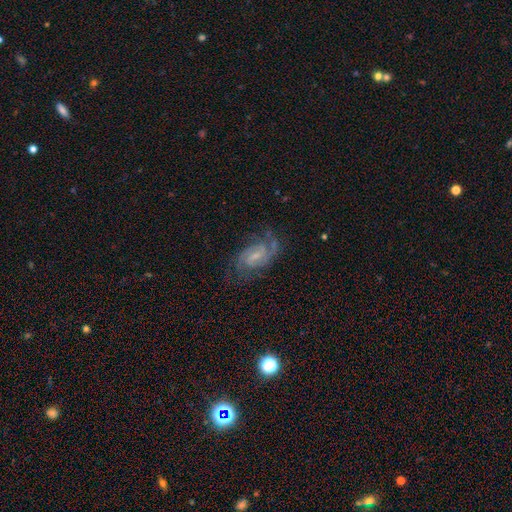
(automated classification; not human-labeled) Smooth or featured? Predicted: featured or disk (p=0.84). Edge-on disk? Predicted: no (p=0.97). Bar? Predicted: weak (p=0.56). Spiral arms? Predicted: yes (p=0.96). Spiral winding? Predicted: medium (p=0.47). Spiral arm count? Predicted: 2 (p=0.66). Bulge size? Predicted: small (p=0.60). Merging? Predicted: none (p=0.70).